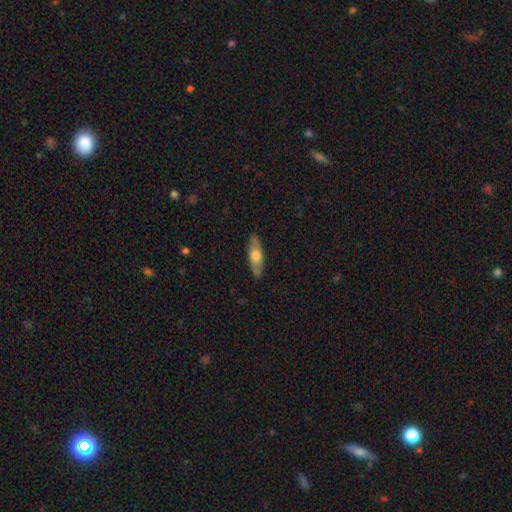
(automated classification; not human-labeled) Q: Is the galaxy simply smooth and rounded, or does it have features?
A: smooth — 57%.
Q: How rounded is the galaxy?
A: cigar-shaped — 50%.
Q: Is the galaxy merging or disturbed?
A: none — 87%.